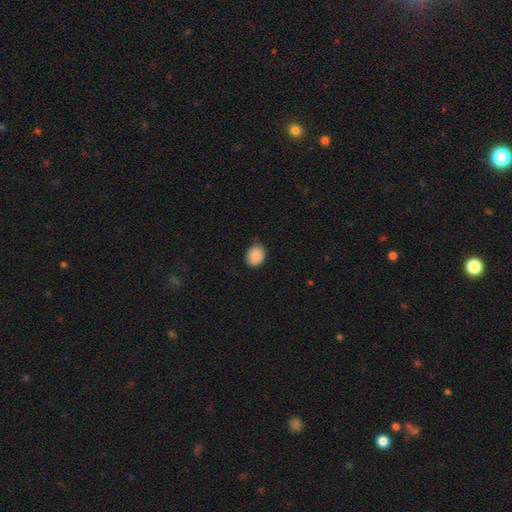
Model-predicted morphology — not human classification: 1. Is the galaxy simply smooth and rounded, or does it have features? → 89% smooth, 8% star or artifact, 3% featured or disk.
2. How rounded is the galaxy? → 54% round, 45% in between, 1% cigar-shaped.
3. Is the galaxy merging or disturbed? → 77% none, 19% minor disturbance, 3% major disturbance, 1% merger.